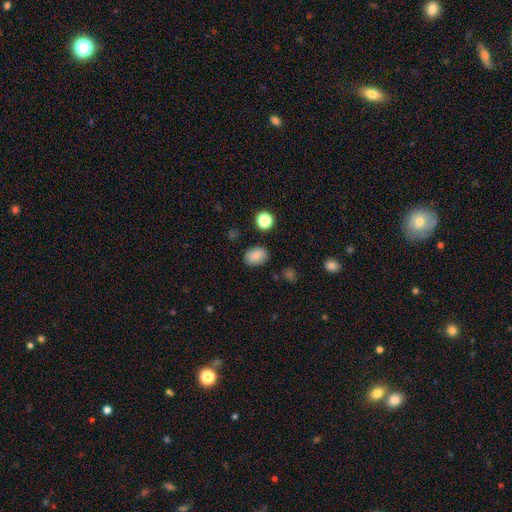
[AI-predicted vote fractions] Smooth or featured?
  - smooth: 83% *
  - star or artifact: 10%
  - featured or disk: 7%
How rounded?
  - in between: 73% *
  - round: 26%
  - cigar-shaped: 1%
Merging?
  - none: 83% *
  - minor disturbance: 12%
  - major disturbance: 3%
  - merger: 2%